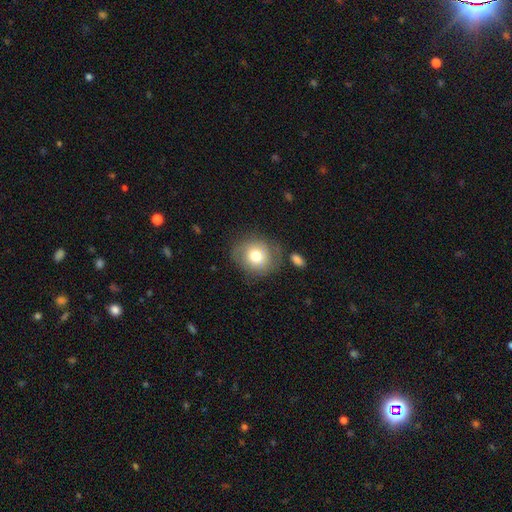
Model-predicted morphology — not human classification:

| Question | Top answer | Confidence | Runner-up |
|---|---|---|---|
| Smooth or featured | smooth | 74% | featured or disk (17%) |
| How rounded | round | 82% | in between (17%) |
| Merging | none | 74% | minor disturbance (16%) |